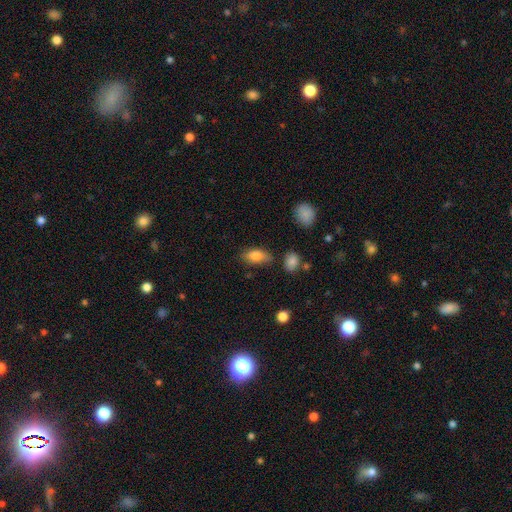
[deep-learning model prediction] This appears to be a smooth galaxy with no disk features (82%) that is in between round and cigar-shaped (89%). Merging: none (73%).